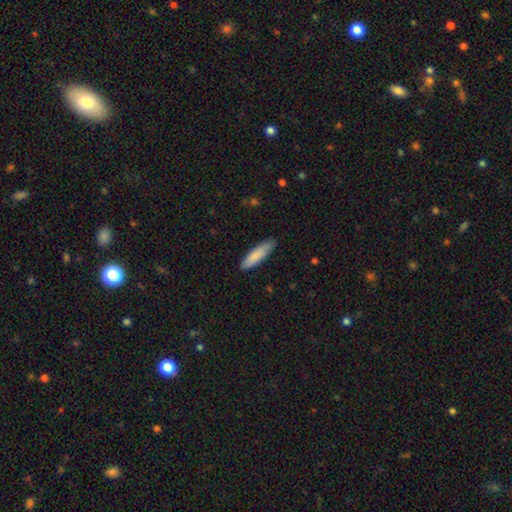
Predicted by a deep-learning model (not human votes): This is clearly a smooth galaxy (86%). How rounded: likely cigar-shaped (68%). Merging: clearly none (85%).